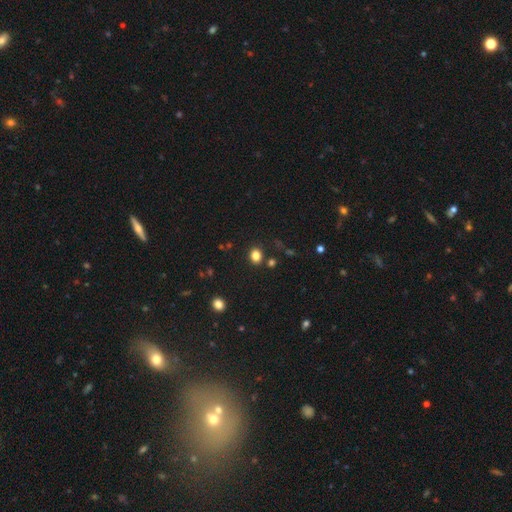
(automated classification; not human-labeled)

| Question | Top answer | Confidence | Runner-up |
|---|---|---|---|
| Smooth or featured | smooth | 83% | star or artifact (13%) |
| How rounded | round | 52% | in between (47%) |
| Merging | none | 84% | minor disturbance (9%) |